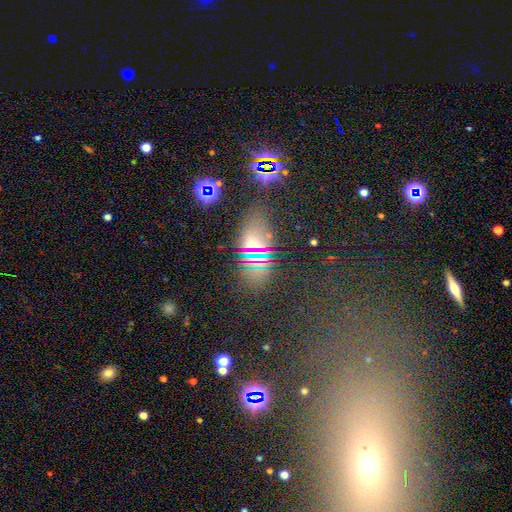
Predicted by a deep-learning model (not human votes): smooth-or-featured: star or artifact: 57% | smooth: 32% | featured or disk: 11%